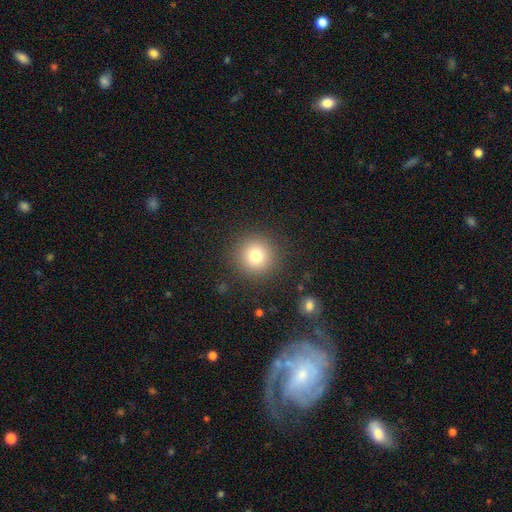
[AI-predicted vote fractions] This is likely a smooth galaxy (77%). How rounded: clearly round (95%). Merging: clearly none (90%).